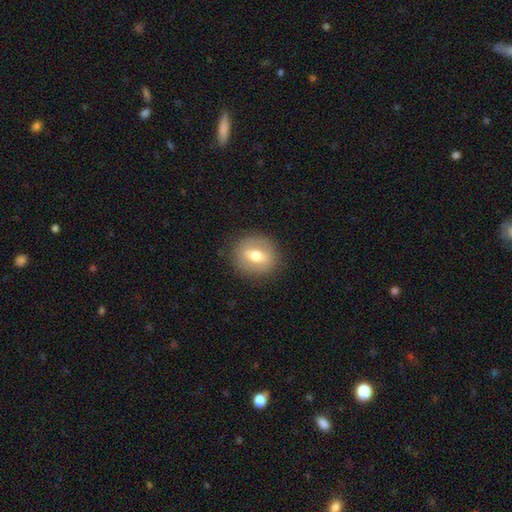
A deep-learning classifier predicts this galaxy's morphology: Smooth or featured?
  - smooth: 53% *
  - featured or disk: 39%
  - star or artifact: 8%
How rounded?
  - round: 76% *
  - in between: 23%
  - cigar-shaped: 2%
Merging?
  - none: 87% *
  - minor disturbance: 9%
  - major disturbance: 3%
  - merger: 1%